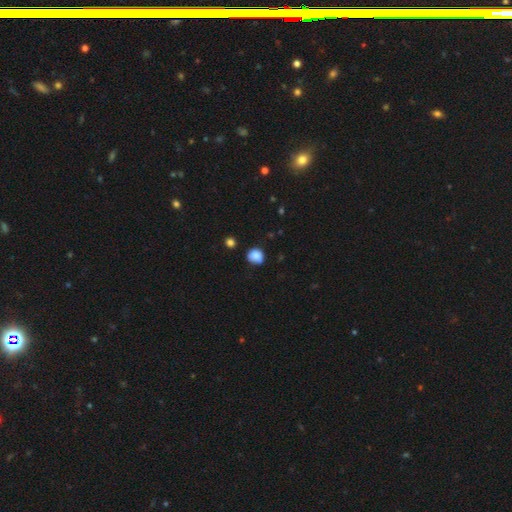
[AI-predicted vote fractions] Smooth or featured? smooth (86%)
How rounded? round (79%)
Merging? none (73%)